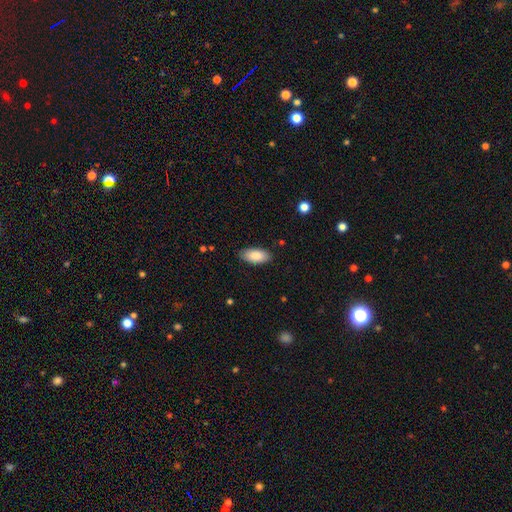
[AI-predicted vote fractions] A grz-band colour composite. It shows a smooth galaxy with no disk features (85%) that is in between round and cigar-shaped (92%). Merging: none (87%).